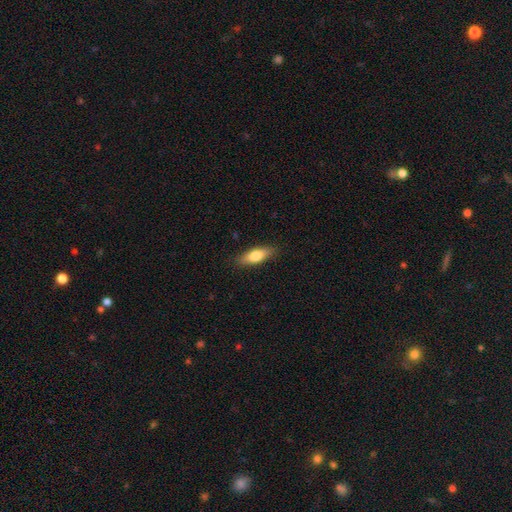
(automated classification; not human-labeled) A smooth galaxy with no disk features (76%) that is in between round and cigar-shaped (65%). Merging: none (86%).